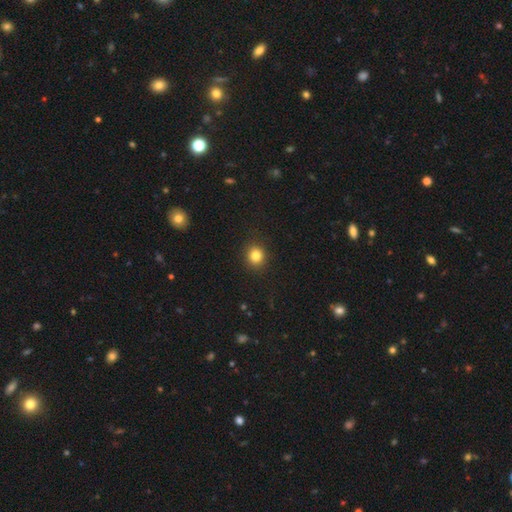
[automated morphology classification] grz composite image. It shows a smooth galaxy with no disk features (83%) that is round (83%). Merging: none (91%).